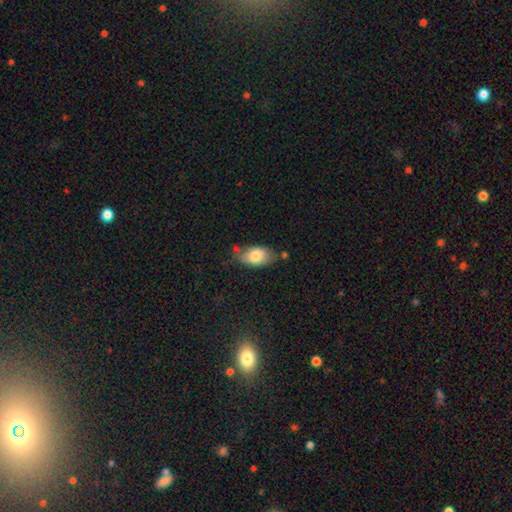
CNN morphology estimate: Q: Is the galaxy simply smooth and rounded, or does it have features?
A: smooth — 79%.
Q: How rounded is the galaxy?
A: in between — 92%.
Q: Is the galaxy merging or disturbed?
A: none — 65%.